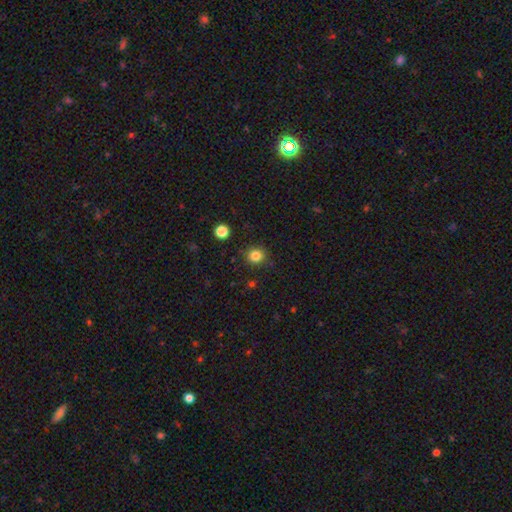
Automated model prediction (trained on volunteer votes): smooth_or_featured: smooth (p=0.83) [alt: star or artifact p=0.12]
how_rounded: round (p=0.88) [alt: in between p=0.11]
merging: none (p=0.87) [alt: minor disturbance p=0.08]